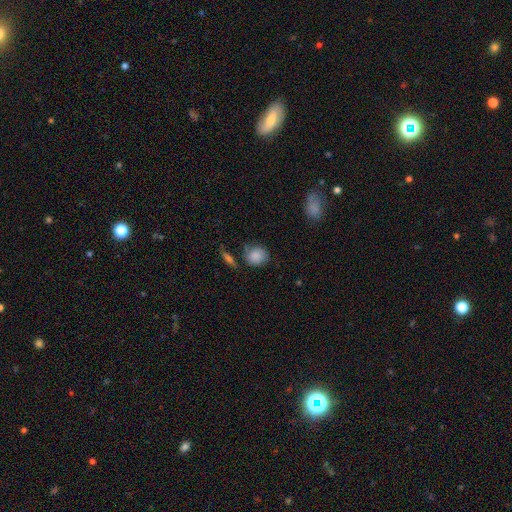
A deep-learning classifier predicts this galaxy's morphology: Smooth or featured: smooth — 81% (featured or disk — 12%)
How rounded: round — 77% (in between — 22%)
Merging: none — 63% (minor disturbance — 23%)